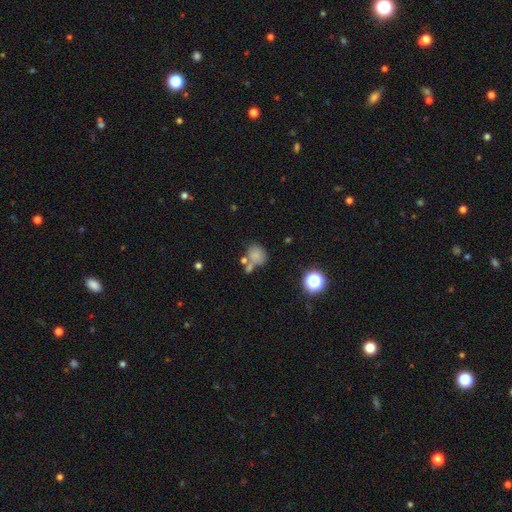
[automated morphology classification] Overall: smooth (73%). How rounded: round (64%; in between 35%). Merging: none (48%; merger 29%).